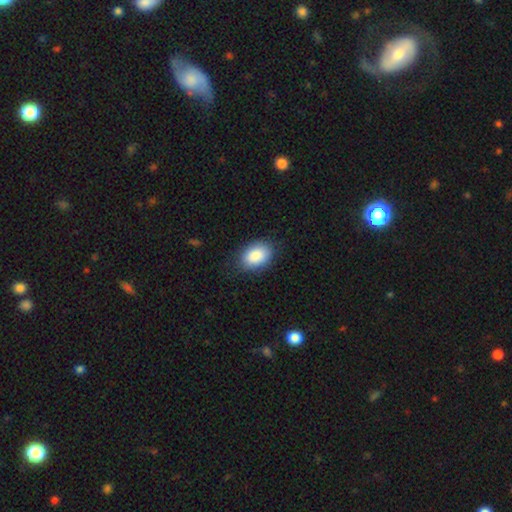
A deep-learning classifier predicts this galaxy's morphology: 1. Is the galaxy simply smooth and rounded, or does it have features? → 88% smooth, 6% star or artifact, 6% featured or disk.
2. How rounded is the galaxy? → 86% in between, 13% round, 1% cigar-shaped.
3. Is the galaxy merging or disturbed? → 80% none, 15% minor disturbance, 4% major disturbance, 1% merger.